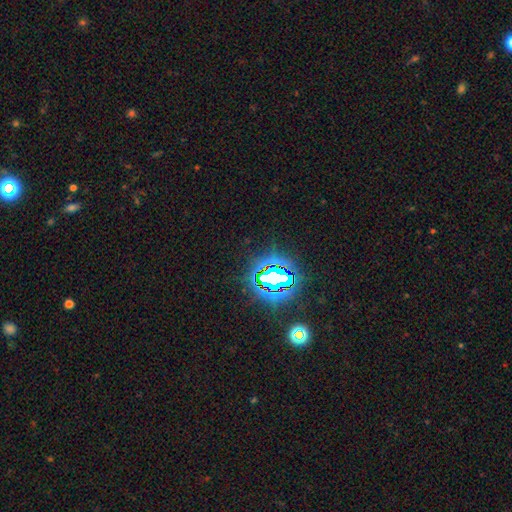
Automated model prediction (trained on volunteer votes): smooth_or_featured: star or artifact (p=0.81) [alt: smooth p=0.12]